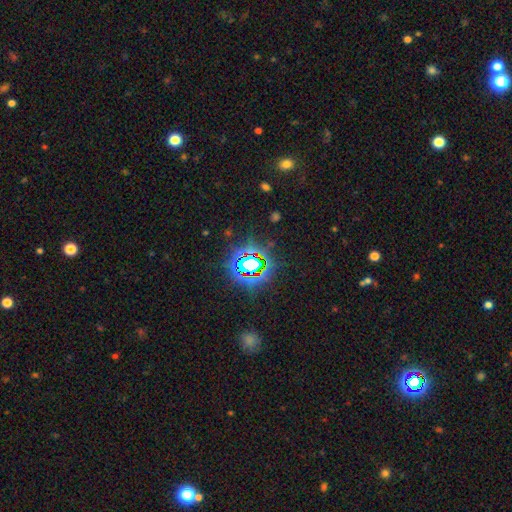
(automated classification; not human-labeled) smooth-or-featured: star or artifact: 79% | smooth: 13% | featured or disk: 7%